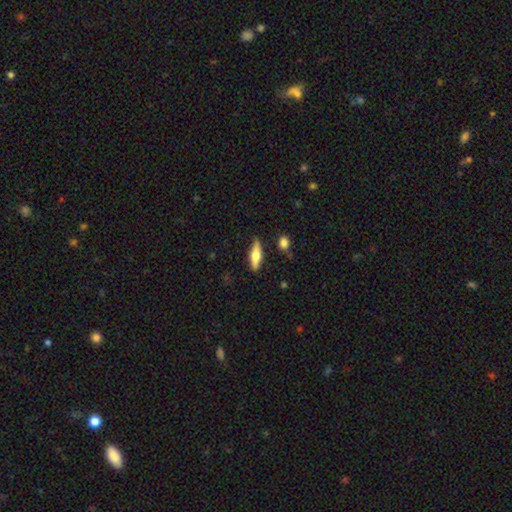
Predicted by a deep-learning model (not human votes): Smooth or featured: smooth — 49% (featured or disk — 44%)
Merging: none — 84% (minor disturbance — 11%)